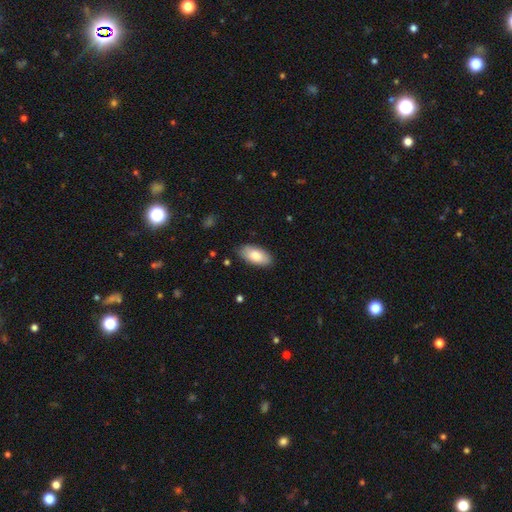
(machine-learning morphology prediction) Smooth or featured? Predicted: smooth (p=0.82). How rounded? Predicted: in between (p=0.93). Merging? Predicted: none (p=0.86).